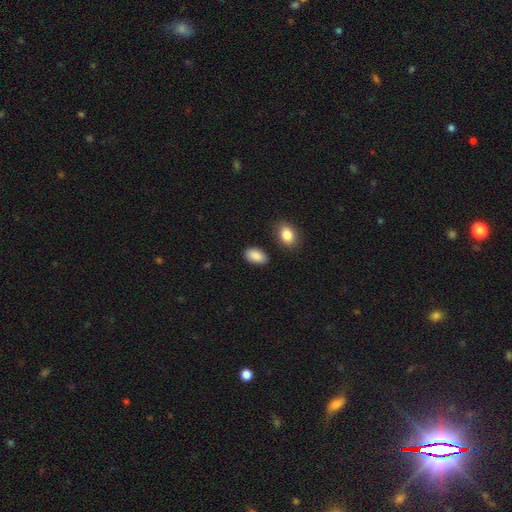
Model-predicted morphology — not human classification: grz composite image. It shows a smooth galaxy with no disk features (89%) that is in between round and cigar-shaped (93%). Merging: none (84%).